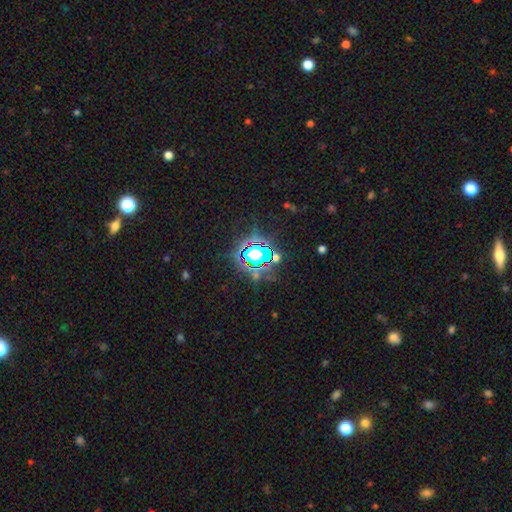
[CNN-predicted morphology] Q: Smooth or featured?
A: star or artifact (74%); runner-up: smooth (15%)